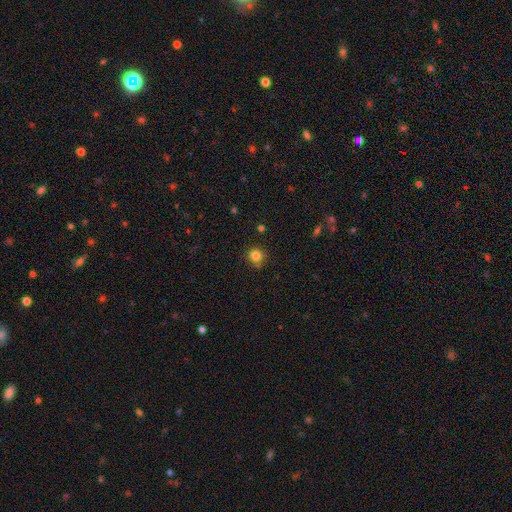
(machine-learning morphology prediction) This appears to be a smooth galaxy with no disk features (82%) that is round (91%). Merging: none (80%).